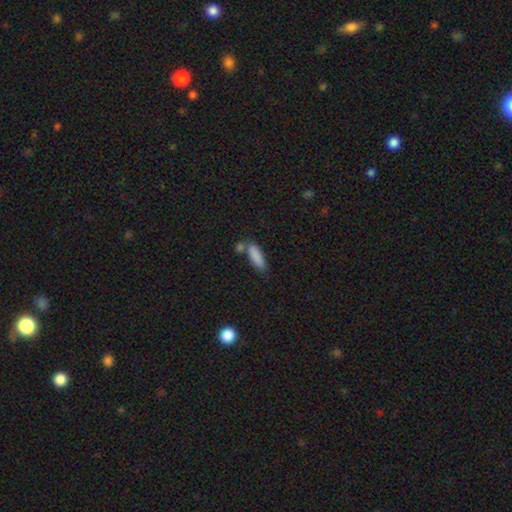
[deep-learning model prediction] Morphology: type=smooth (86%); roundness=in between (52%); merging=none (59%).